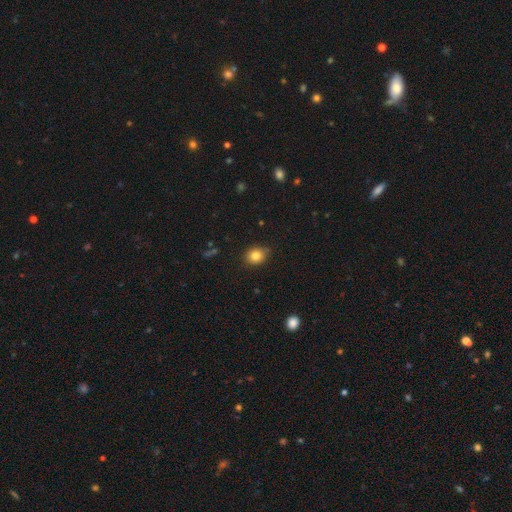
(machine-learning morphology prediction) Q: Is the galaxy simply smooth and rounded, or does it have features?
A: smooth — 83%.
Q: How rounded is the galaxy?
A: round — 69%.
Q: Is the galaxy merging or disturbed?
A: none — 80%.